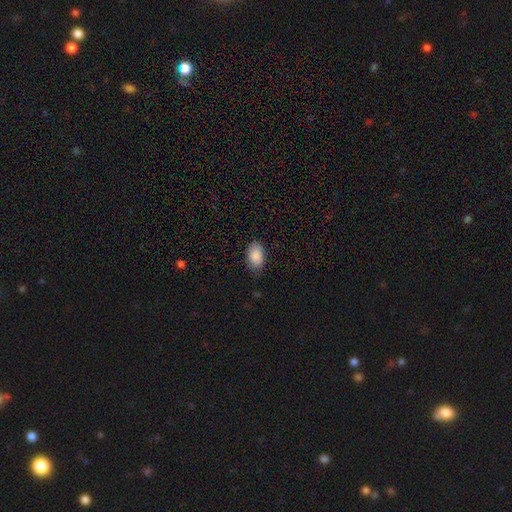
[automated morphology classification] This is clearly a smooth galaxy (89%). How rounded: clearly in between (92%). Merging: likely none (76%).